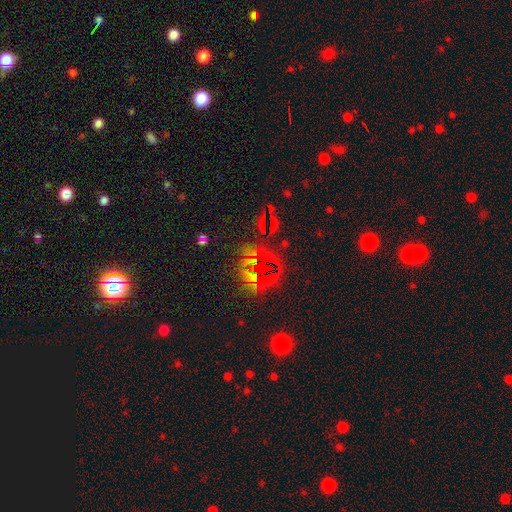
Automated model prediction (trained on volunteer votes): Smooth or featured? Predicted: star or artifact (p=0.61).